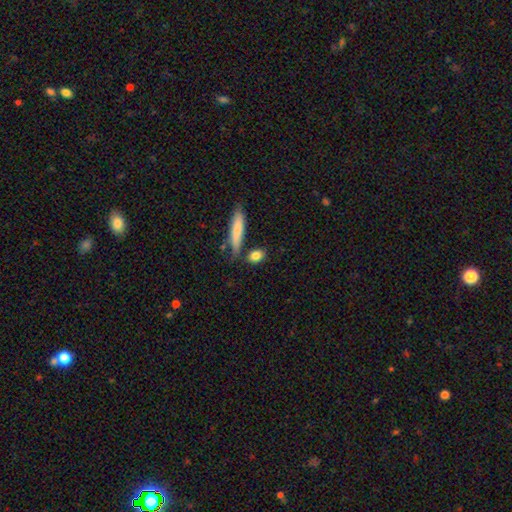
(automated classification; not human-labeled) smooth-or-featured: smooth: 84% | featured or disk: 9% | star or artifact: 7%
  how-rounded: in between: 54% | round: 27% | cigar-shaped: 19%
  merging: none: 73% | minor disturbance: 13% | merger: 11% | major disturbance: 4%